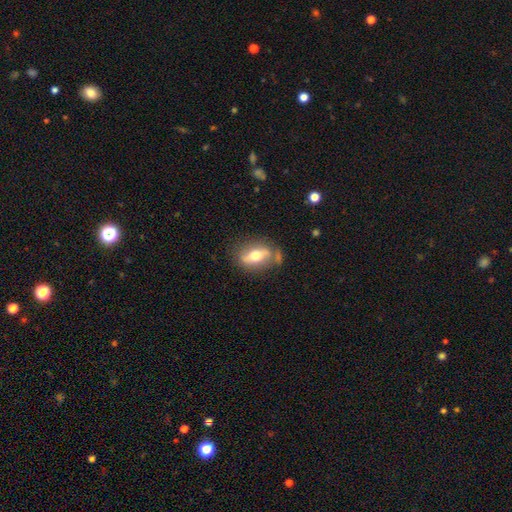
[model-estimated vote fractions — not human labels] Smooth or featured? Predicted: featured or disk (p=0.47). Merging? Predicted: none (p=0.66).